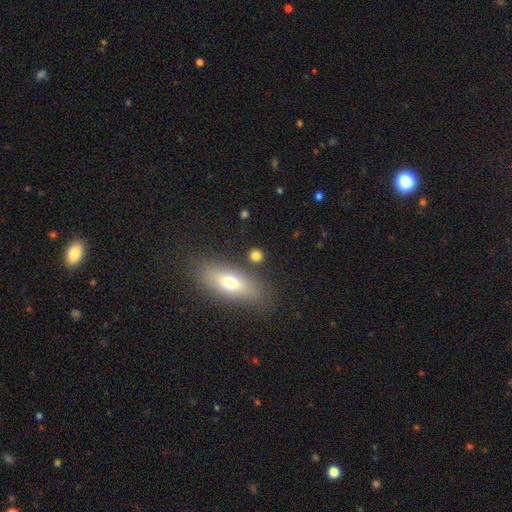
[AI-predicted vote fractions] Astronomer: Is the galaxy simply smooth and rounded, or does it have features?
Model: smooth — 77%.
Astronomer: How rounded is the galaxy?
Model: round — 60%.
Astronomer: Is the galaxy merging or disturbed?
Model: none — 81%.